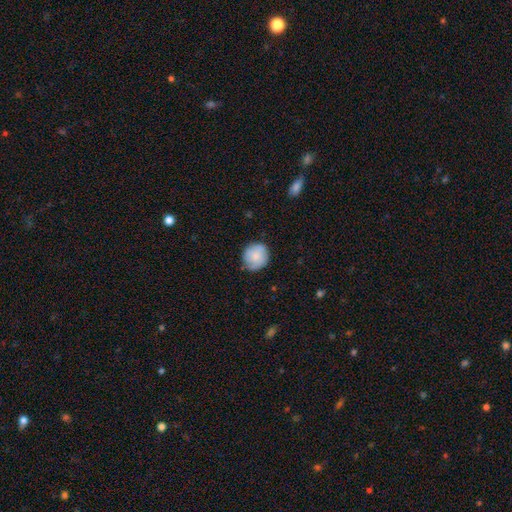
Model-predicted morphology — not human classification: The model was most divided on "merging": none: 77%, minor disturbance: 19%, major disturbance: 3%, merger: 1%. More confident: how rounded — round (89%); smooth or featured — smooth (81%).